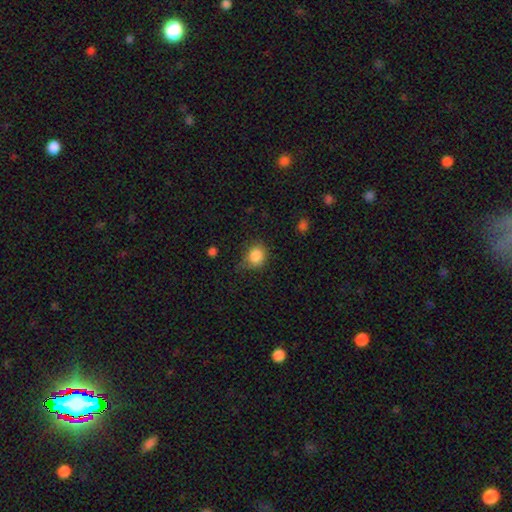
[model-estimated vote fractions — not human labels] This is clearly a smooth galaxy (86%). How rounded: likely round (68%). Merging: likely none (67%).